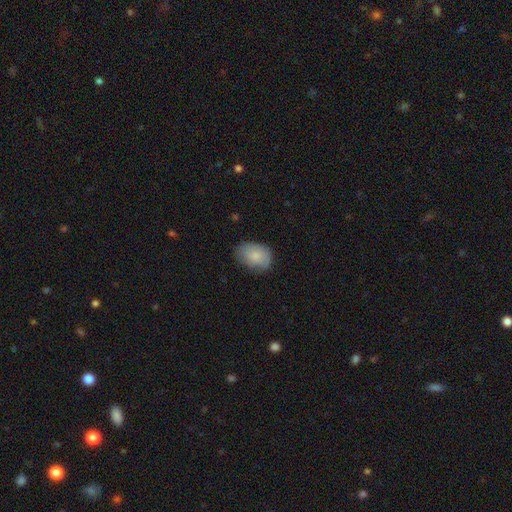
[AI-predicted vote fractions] A smooth galaxy with no disk features (82%) that is in between round and cigar-shaped (73%).

Vote fractions:
- Smooth or featured? smooth: 82% / featured or disk: 11% / star or artifact: 7%
- How rounded? in between: 73% / round: 26% / cigar-shaped: 1%
- Merging? none: 68% / minor disturbance: 25% / major disturbance: 5% / merger: 1%